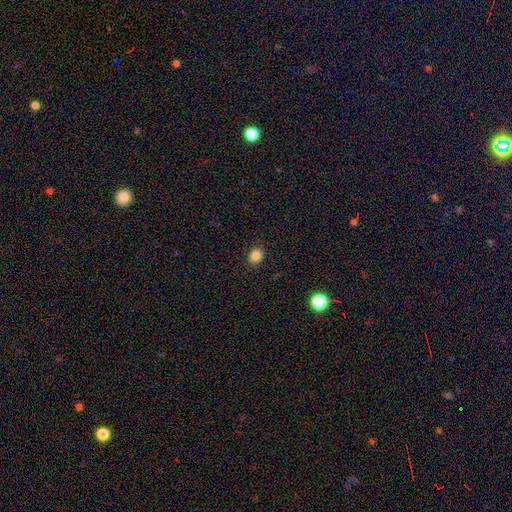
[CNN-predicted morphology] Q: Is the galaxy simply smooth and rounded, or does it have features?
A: smooth — 84%.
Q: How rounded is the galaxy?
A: round — 61%.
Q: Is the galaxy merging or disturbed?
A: none — 89%.